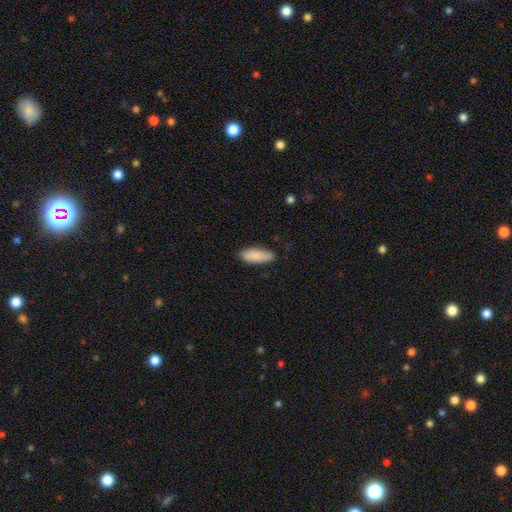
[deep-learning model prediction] This appears to be a smooth galaxy with no disk features (88%) that is in between round and cigar-shaped (72%). Merging: none (82%).